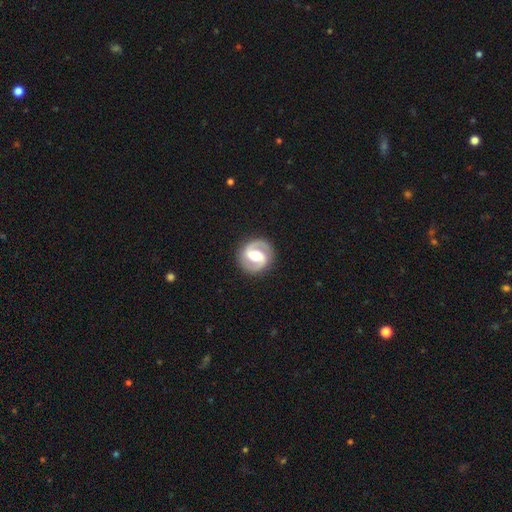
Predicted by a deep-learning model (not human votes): This is clearly a featured or disk galaxy (87%). It is clearly not viewed edge-on (98%). Bar: possibly strong (46%). Spiral arm pattern: clearly yes (94%). Spiral arm count: clearly 2 (93%). Spiral winding: possibly medium (50%). Central bulge: likely moderate (64%). Merging: clearly none (89%).